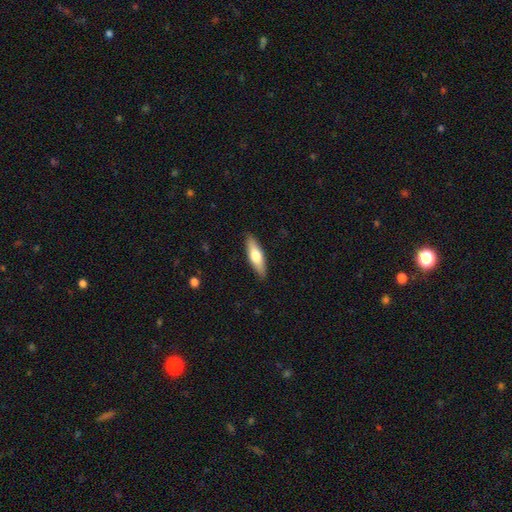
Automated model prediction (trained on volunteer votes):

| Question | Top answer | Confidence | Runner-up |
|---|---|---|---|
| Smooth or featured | smooth | 60% | featured or disk (35%) |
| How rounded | cigar-shaped | 57% | in between (40%) |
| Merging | none | 89% | minor disturbance (8%) |